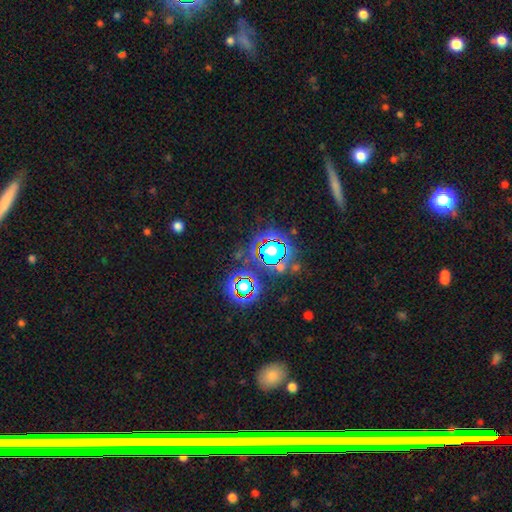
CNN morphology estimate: This appears to be a star or artifact, not a galaxy (73%).